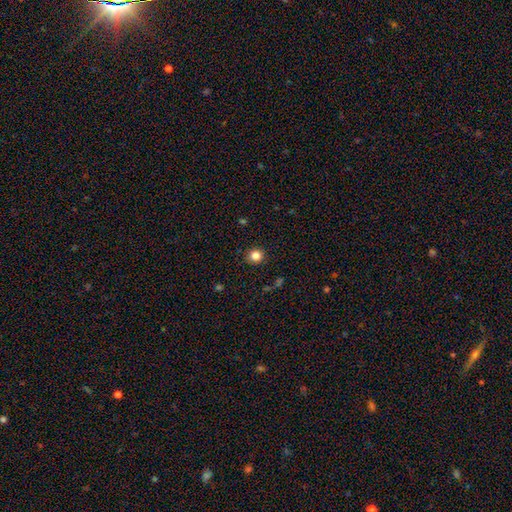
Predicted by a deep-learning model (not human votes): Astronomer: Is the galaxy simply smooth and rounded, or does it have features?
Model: smooth — 83%.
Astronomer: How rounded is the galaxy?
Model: round — 89%.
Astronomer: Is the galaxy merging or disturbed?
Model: none — 90%.